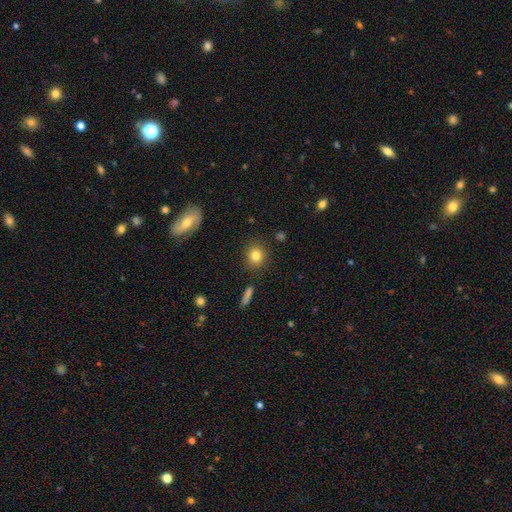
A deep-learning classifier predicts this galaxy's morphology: smooth 83%, star or artifact 10%, featured or disk 7%. Down the decision tree: how rounded — round (79%); merging — none (86%).